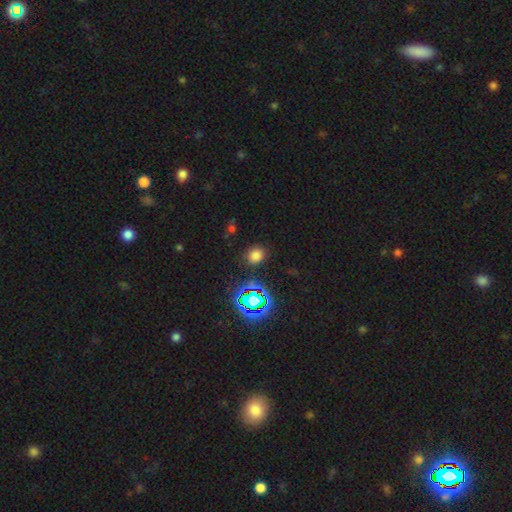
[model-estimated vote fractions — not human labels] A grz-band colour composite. It shows a smooth galaxy with no disk features (70%) that is round (67%). Merging: none (85%).